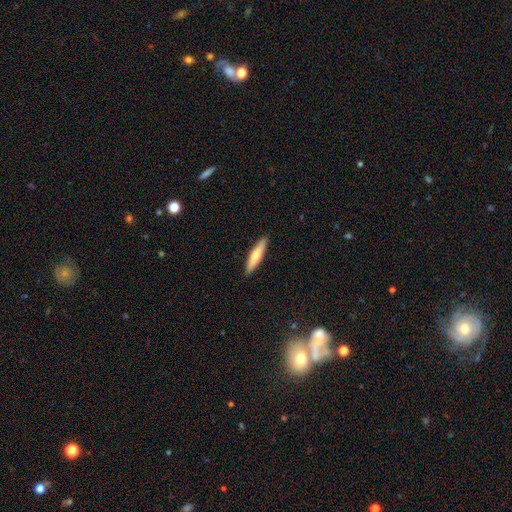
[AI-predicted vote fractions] Smooth or featured? smooth (70%)
How rounded? cigar-shaped (83%)
Merging? none (91%)